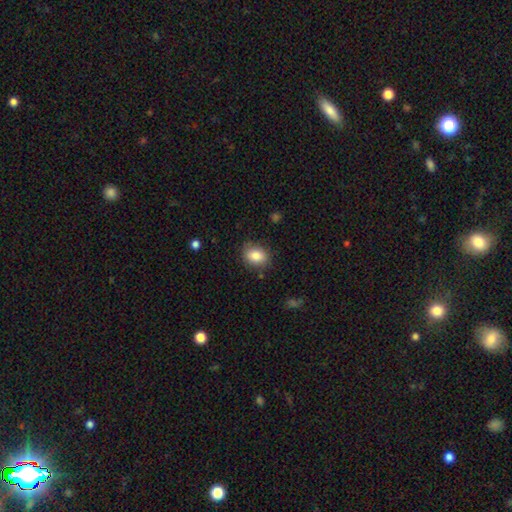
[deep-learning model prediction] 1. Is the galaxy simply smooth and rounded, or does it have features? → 85% smooth, 8% star or artifact, 7% featured or disk.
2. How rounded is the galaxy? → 66% in between, 33% round, 1% cigar-shaped.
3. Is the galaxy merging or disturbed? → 81% none, 14% minor disturbance, 4% major disturbance, 2% merger.